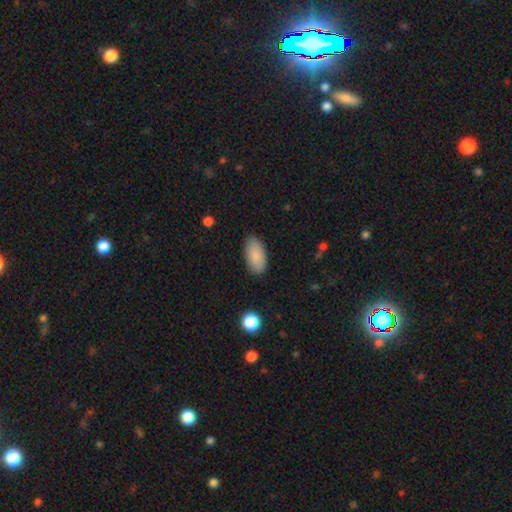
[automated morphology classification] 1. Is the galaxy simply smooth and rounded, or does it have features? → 87% smooth, 7% star or artifact, 6% featured or disk.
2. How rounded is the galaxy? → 93% in between, 5% cigar-shaped, 2% round.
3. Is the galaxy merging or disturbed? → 86% none, 10% minor disturbance, 2% major disturbance, 1% merger.